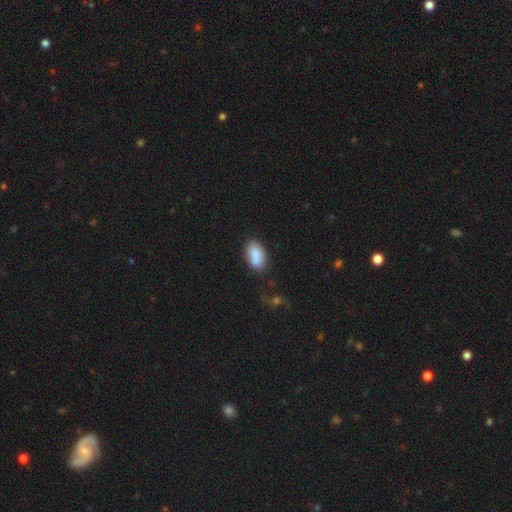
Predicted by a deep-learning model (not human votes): smooth-or-featured: smooth: 87% | star or artifact: 7% | featured or disk: 6%
  how-rounded: in between: 92% | round: 5% | cigar-shaped: 3%
  merging: none: 70% | minor disturbance: 19% | merger: 6% | major disturbance: 5%